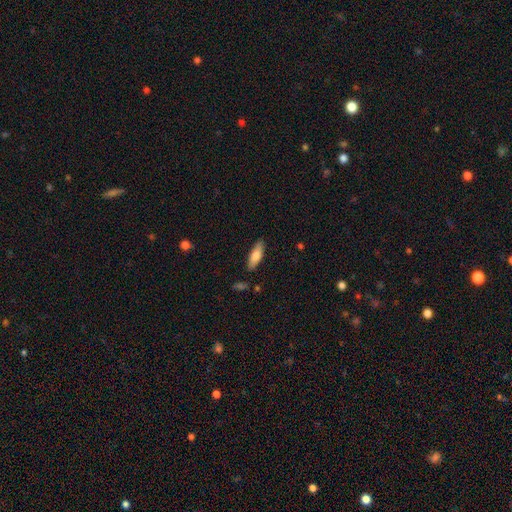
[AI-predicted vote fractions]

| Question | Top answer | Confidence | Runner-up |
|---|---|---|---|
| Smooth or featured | smooth | 72% | featured or disk (22%) |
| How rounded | in between | 53% | cigar-shaped (45%) |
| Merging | none | 86% | minor disturbance (10%) |